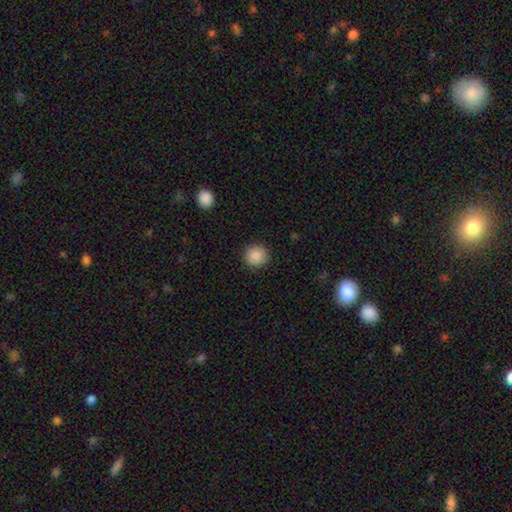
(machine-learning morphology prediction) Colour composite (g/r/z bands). It shows a smooth galaxy with no disk features (89%) that is round (92%). Merging: none (91%).